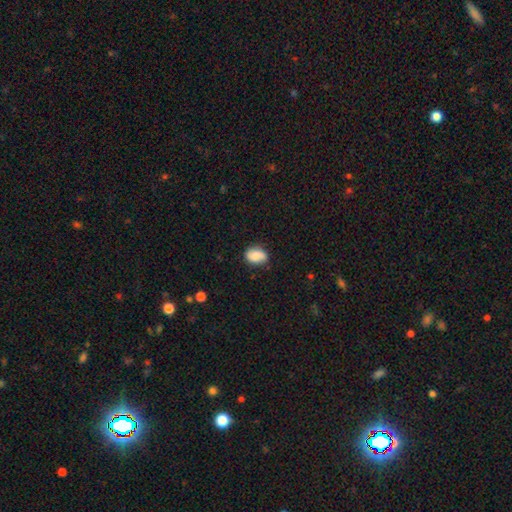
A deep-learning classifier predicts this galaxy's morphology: Smooth or featured?
  - smooth: 69% *
  - featured or disk: 22%
  - star or artifact: 8%
How rounded?
  - in between: 74% *
  - round: 24%
  - cigar-shaped: 1%
Merging?
  - none: 75% *
  - minor disturbance: 20%
  - major disturbance: 4%
  - merger: 2%